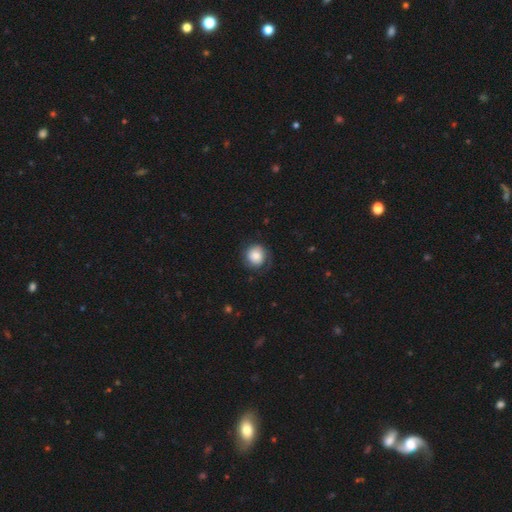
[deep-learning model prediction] Smooth or featured: smooth — 72% (featured or disk — 20%)
How rounded: round — 87% (in between — 12%)
Merging: none — 70% (minor disturbance — 19%)